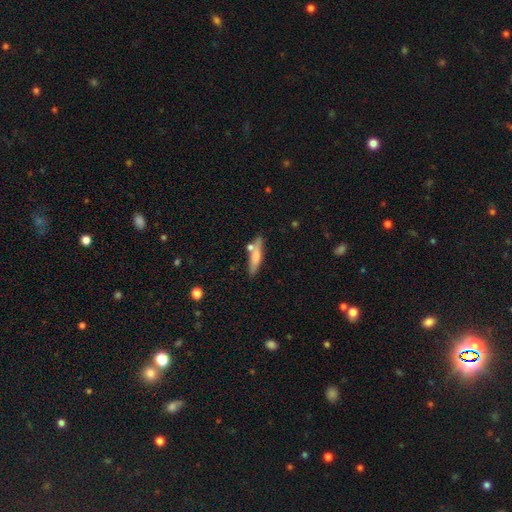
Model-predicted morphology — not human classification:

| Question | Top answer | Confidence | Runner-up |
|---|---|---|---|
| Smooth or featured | smooth | 67% | featured or disk (26%) |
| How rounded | cigar-shaped | 78% | in between (20%) |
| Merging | none | 70% | minor disturbance (14%) |